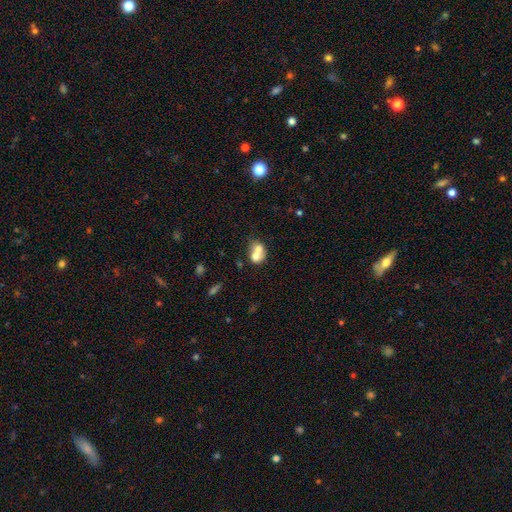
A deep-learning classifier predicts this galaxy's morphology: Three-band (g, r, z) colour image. It shows a smooth galaxy with no disk features (64%) that is round (59%). Merging: merger (70%).